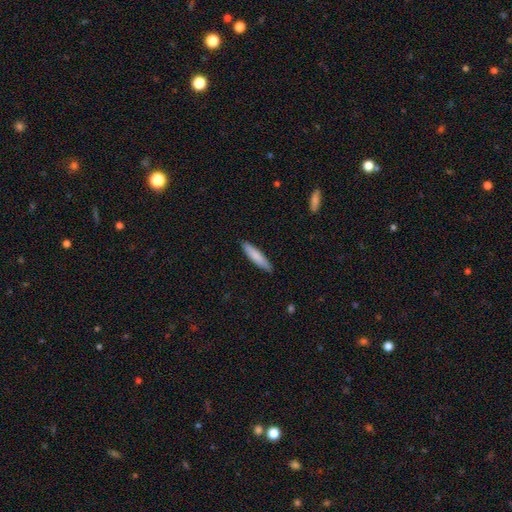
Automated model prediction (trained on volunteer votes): Q: Smooth or featured?
A: smooth (81%); runner-up: featured or disk (14%)
Q: How rounded?
A: cigar-shaped (83%); runner-up: in between (16%)
Q: Merging?
A: none (87%); runner-up: minor disturbance (10%)